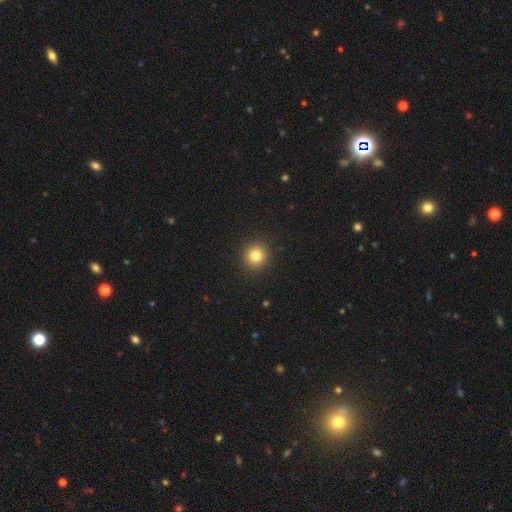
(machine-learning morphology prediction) Q: Smooth or featured?
A: smooth (82%); runner-up: star or artifact (12%)
Q: How rounded?
A: round (93%); runner-up: in between (6%)
Q: Merging?
A: none (92%); runner-up: minor disturbance (5%)